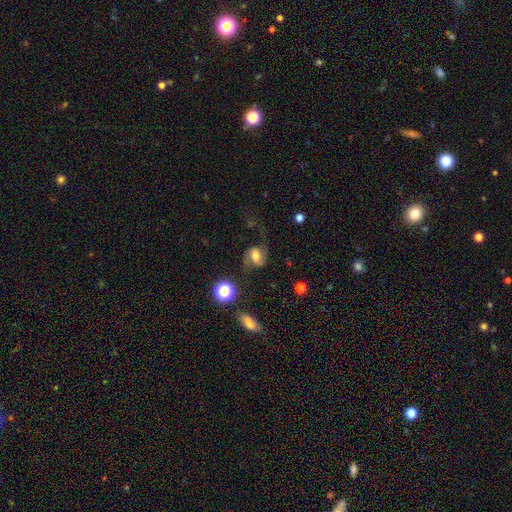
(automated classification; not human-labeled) Smooth or featured? Predicted: featured or disk (p=0.60). Edge-on disk? Predicted: no (p=0.97). Bar? Predicted: no (p=0.43). Spiral arms? Predicted: yes (p=0.91). Spiral winding? Predicted: loose (p=0.54). Spiral arm count? Predicted: 2 (p=0.87). Bulge size? Predicted: moderate (p=0.59). Merging? Predicted: none (p=0.59).